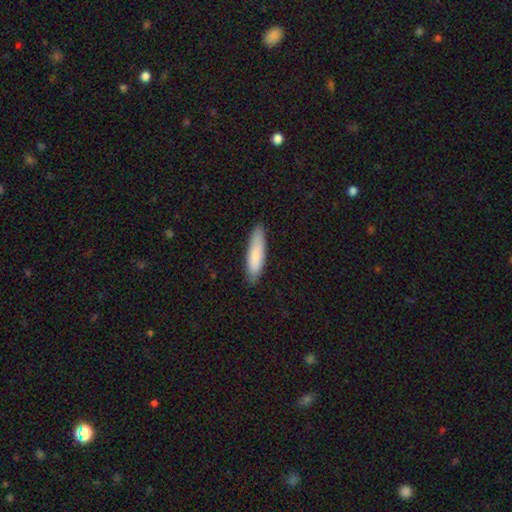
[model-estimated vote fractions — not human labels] Smooth or featured?
  - smooth: 85% *
  - featured or disk: 10%
  - star or artifact: 5%
How rounded?
  - cigar-shaped: 69% *
  - in between: 30%
  - round: 1%
Merging?
  - none: 87% *
  - minor disturbance: 11%
  - major disturbance: 2%
  - merger: 1%